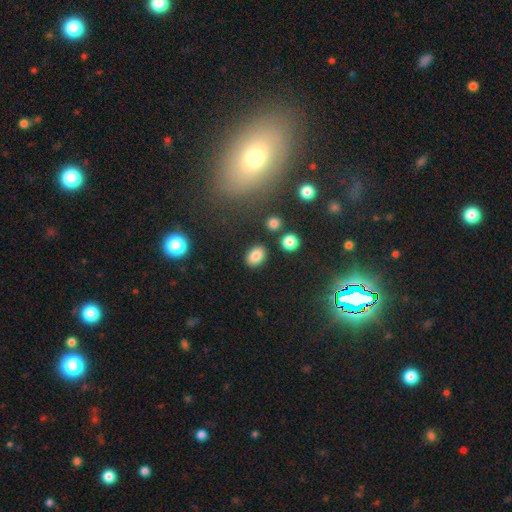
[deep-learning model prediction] Overall: smooth (84%). How rounded: in between (80%). Merging: none (85%).